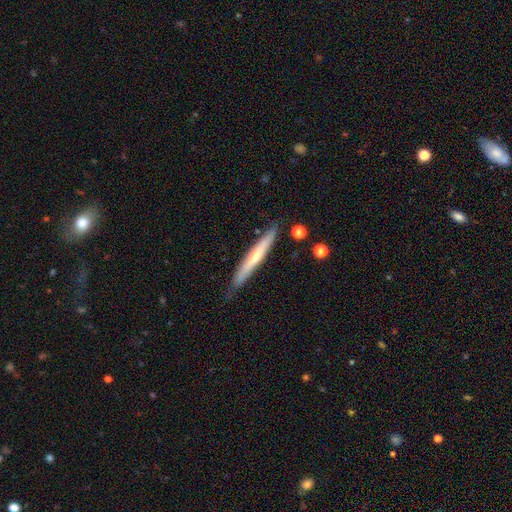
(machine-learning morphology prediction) type=featured or disk (51%); edge-on=yes (93%); merging=none (82%).